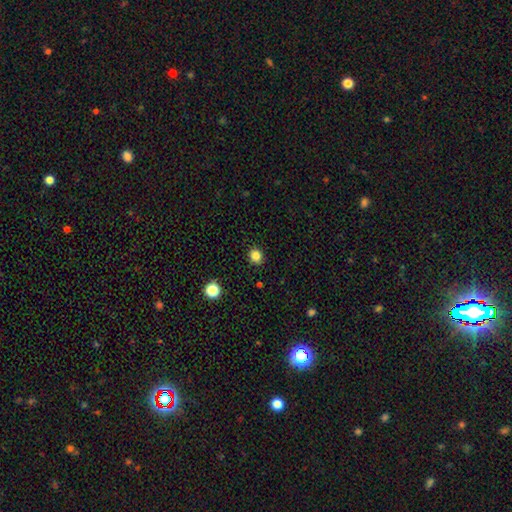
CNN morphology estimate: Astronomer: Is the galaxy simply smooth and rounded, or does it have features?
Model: smooth — 84%.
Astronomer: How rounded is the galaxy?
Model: round — 79%.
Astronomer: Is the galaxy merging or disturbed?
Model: none — 90%.